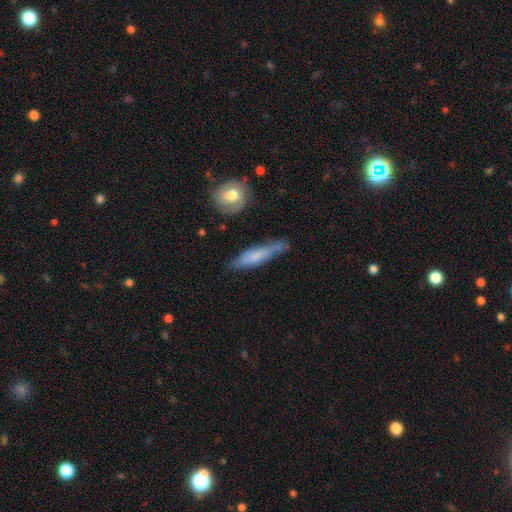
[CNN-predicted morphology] Smooth or featured? smooth (64%)
How rounded? cigar-shaped (80%)
Merging? none (64%)